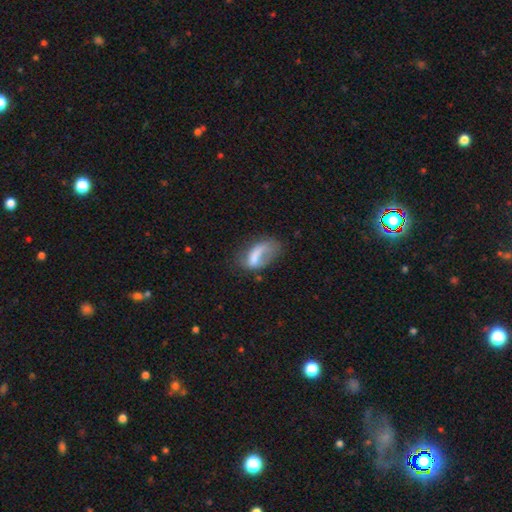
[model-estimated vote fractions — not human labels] Smooth or featured? smooth (56%)
How rounded? in between (88%)
Merging? major disturbance (43%)